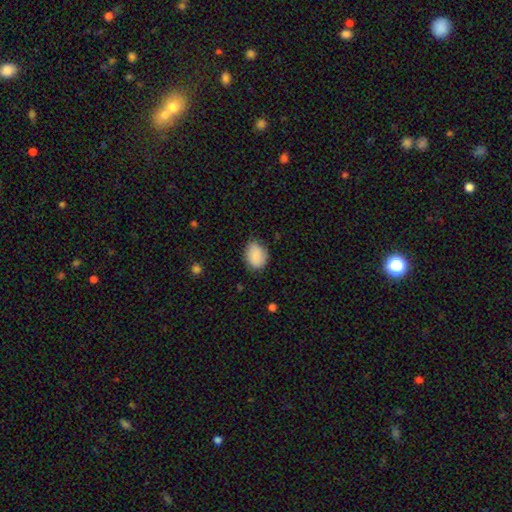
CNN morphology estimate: A smooth galaxy with no disk features (85%) that is in between round and cigar-shaped (65%). Merging: none (72%).